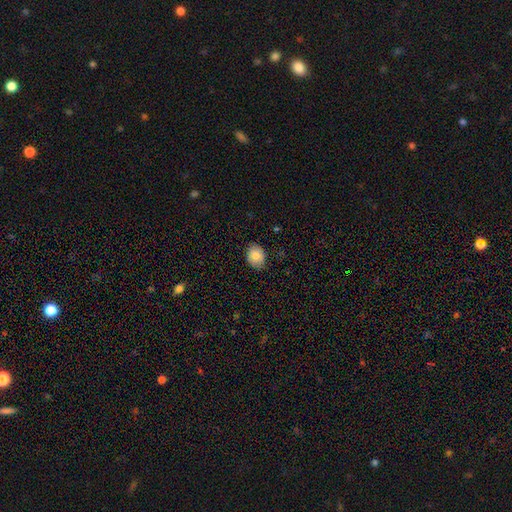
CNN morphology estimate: smooth 82%, featured or disk 10%, star or artifact 8%. Down the decision tree: how rounded — in between (51%); merging — none (79%).